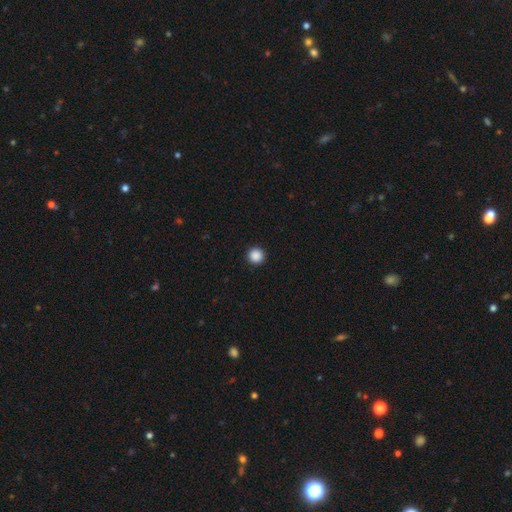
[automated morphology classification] This is clearly a smooth galaxy (88%). How rounded: clearly round (96%). Merging: clearly none (93%).